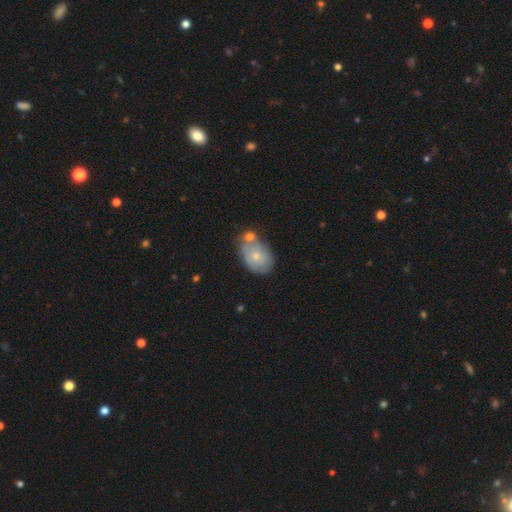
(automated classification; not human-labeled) This is likely a smooth galaxy (61%). How rounded: likely in between (79%). Merging: marginally none (41%).